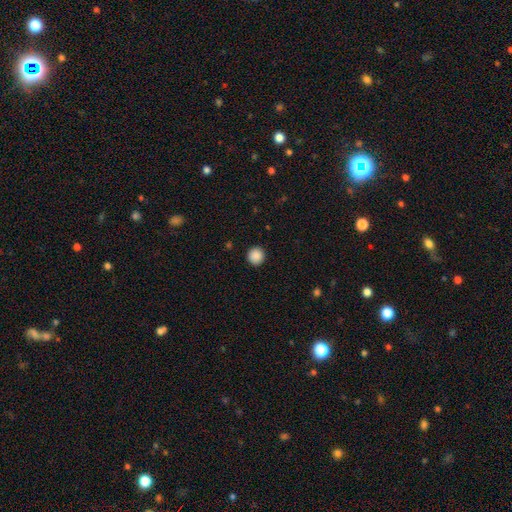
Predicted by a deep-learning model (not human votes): A smooth galaxy with no disk features (89%) that is round (94%). Merging: none (93%).